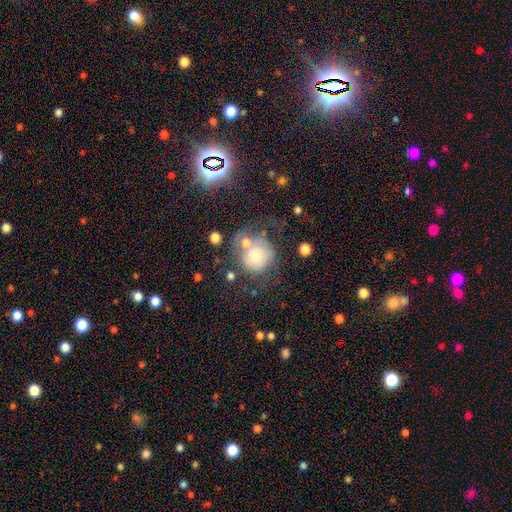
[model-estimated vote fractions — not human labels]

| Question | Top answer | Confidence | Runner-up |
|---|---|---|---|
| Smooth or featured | smooth | 58% | featured or disk (32%) |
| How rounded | round | 82% | in between (17%) |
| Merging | none | 33% | merger (26%) |